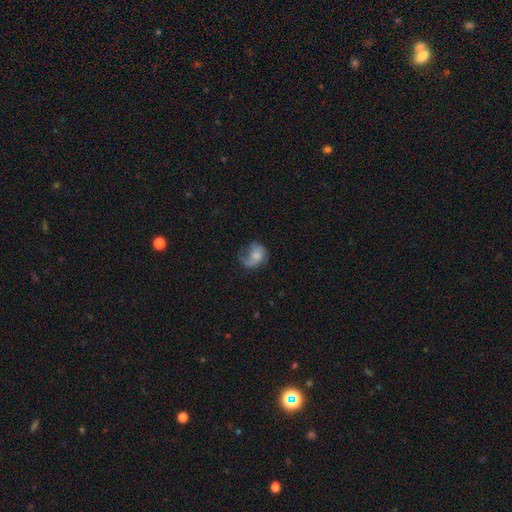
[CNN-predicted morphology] smooth_or_featured: smooth (p=0.46) [tied with: featured or disk p=0.46]
merging: major disturbance (p=0.40) [alt: none p=0.33]